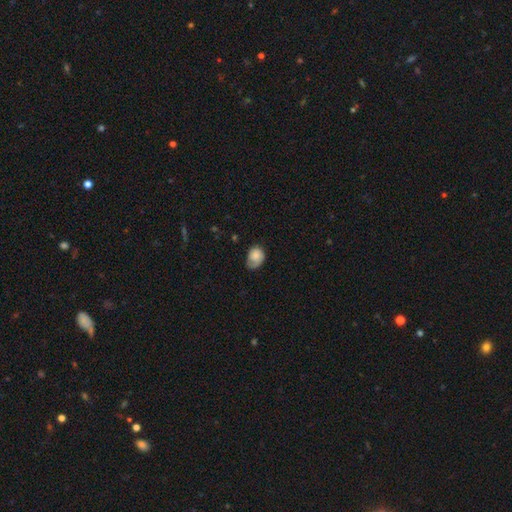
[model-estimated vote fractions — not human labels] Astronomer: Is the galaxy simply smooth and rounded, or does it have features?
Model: smooth — 66%.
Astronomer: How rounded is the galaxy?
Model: in between — 62%.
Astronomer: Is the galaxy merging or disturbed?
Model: none — 46% (runner-up: minor disturbance, 35%).